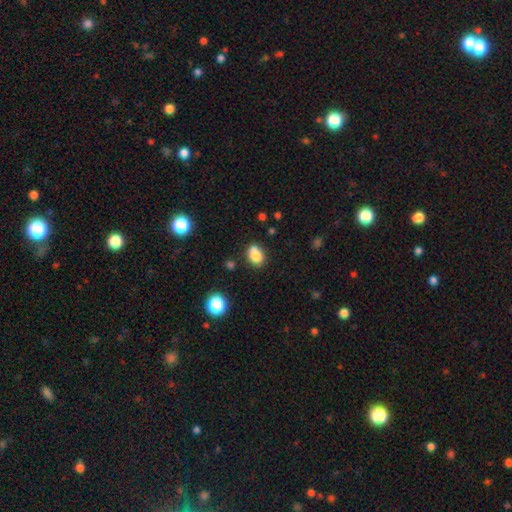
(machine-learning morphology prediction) This is likely a smooth galaxy (79%). How rounded: likely in between (61%). Merging: possibly none (52%).